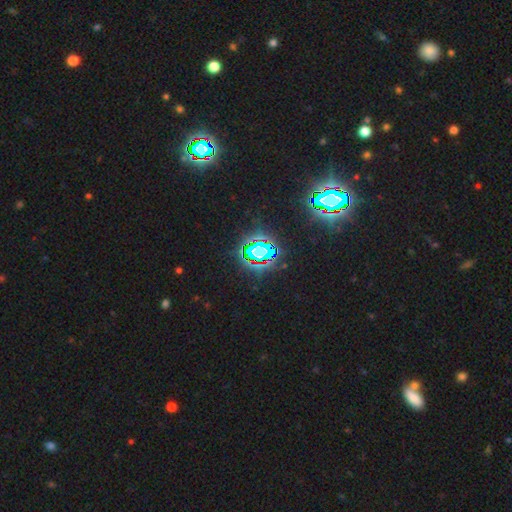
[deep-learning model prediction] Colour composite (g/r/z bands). It shows a star or artifact, not a galaxy (81%).